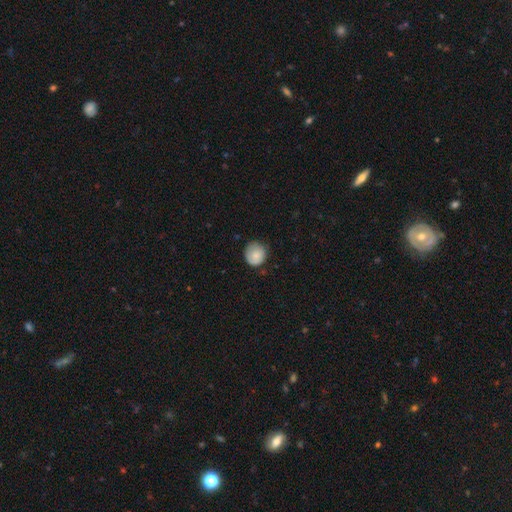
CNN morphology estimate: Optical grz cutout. It shows a smooth galaxy with no disk features (82%) that is round (86%). Merging: none (69%).